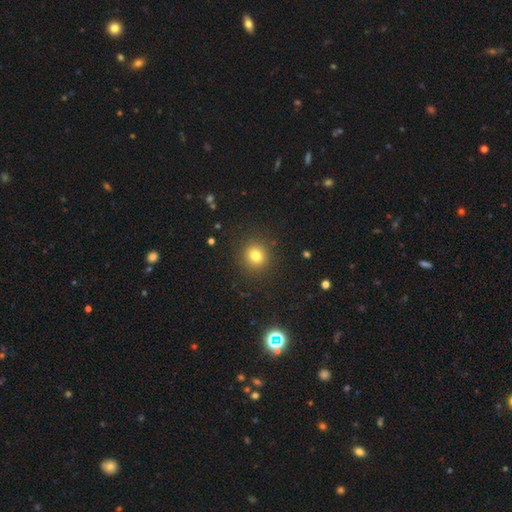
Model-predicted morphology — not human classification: Q: Smooth or featured?
A: smooth (78%); runner-up: star or artifact (14%)
Q: How rounded?
A: round (88%); runner-up: in between (11%)
Q: Merging?
A: none (90%); runner-up: minor disturbance (7%)